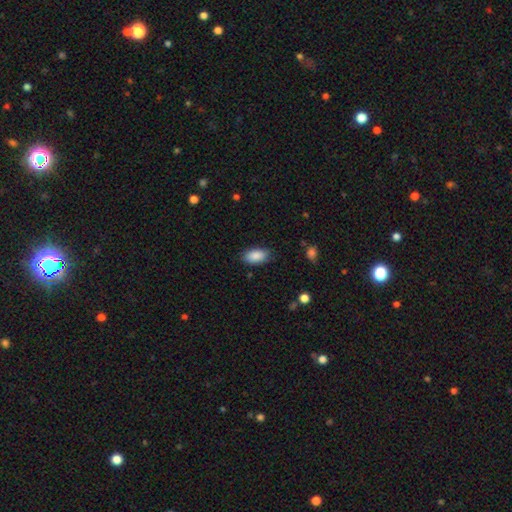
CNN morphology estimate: Smooth or featured: smooth — 89% (star or artifact — 7%)
How rounded: in between — 93% (cigar-shaped — 3%)
Merging: none — 84% (minor disturbance — 12%)